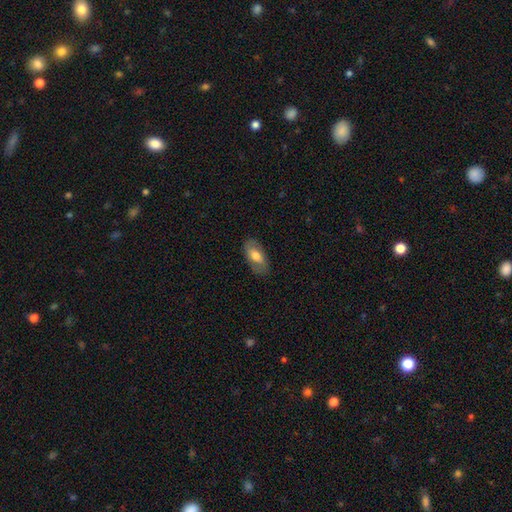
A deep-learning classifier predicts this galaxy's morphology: This appears to be a smooth galaxy with no disk features (60%) that is in between round and cigar-shaped (91%). Merging: none (79%).